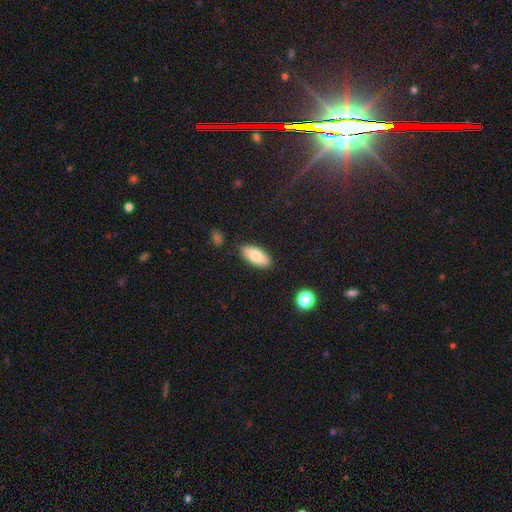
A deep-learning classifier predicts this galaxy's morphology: This is clearly a smooth galaxy (83%). How rounded: clearly in between (86%). Merging: clearly none (86%).